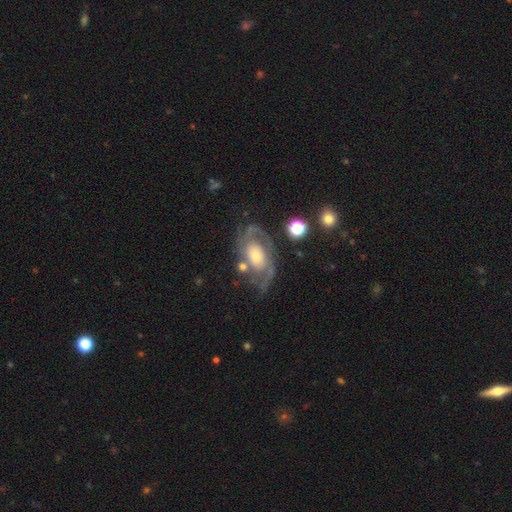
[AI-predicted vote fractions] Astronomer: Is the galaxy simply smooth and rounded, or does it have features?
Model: featured or disk — 83%.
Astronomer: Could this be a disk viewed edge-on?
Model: no — 96%.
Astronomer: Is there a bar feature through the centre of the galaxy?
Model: no — 67%.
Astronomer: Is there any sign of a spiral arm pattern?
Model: yes — 92%.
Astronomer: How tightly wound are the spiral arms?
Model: medium — 45% (runner-up: tight, 38%).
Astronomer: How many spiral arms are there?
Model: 2 — 74%.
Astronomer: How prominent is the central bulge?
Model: moderate — 44% (runner-up: small, 38%).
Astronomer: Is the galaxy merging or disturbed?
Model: none — 63%.